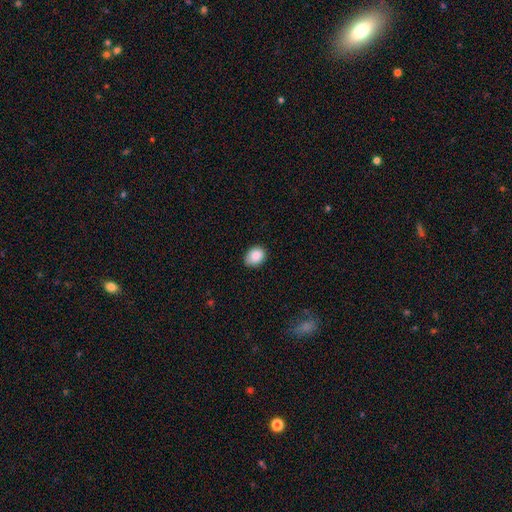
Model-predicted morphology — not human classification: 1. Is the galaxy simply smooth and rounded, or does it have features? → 89% smooth, 8% star or artifact, 4% featured or disk.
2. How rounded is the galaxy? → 59% in between, 40% round, 1% cigar-shaped.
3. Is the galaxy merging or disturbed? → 77% none, 19% minor disturbance, 3% major disturbance, 1% merger.